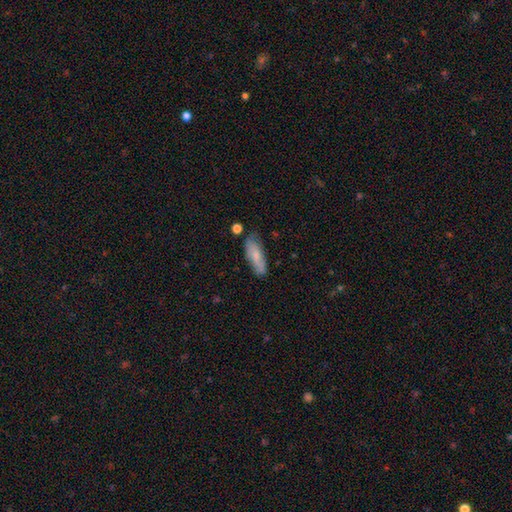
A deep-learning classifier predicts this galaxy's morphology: Q: Smooth or featured?
A: smooth (71%); runner-up: featured or disk (23%)
Q: How rounded?
A: in between (55%); runner-up: cigar-shaped (42%)
Q: Merging?
A: none (66%); runner-up: minor disturbance (24%)